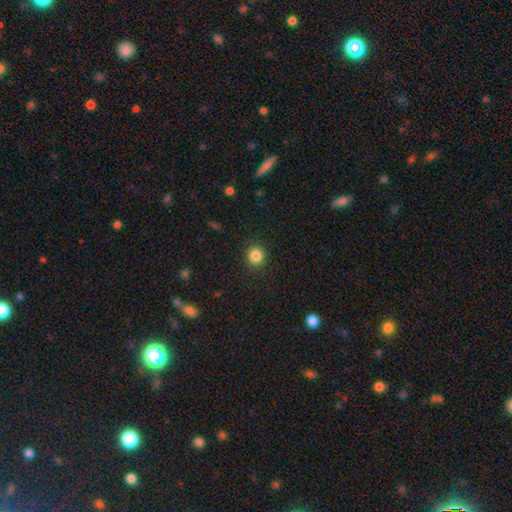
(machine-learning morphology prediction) Smooth or featured? smooth (85%)
How rounded? round (88%)
Merging? none (91%)